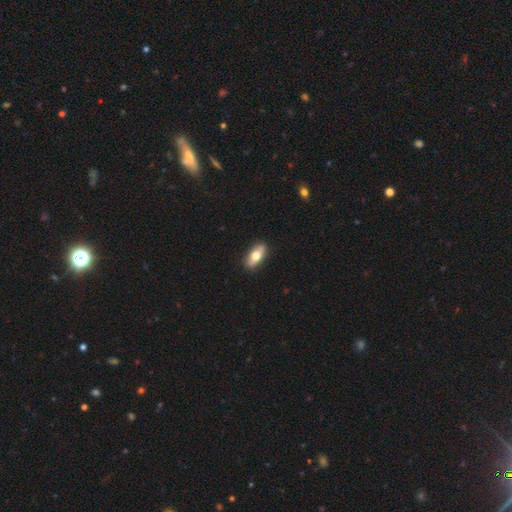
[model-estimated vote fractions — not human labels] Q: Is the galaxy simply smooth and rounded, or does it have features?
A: smooth — 66%.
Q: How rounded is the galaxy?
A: in between — 80%.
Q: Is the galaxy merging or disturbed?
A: none — 88%.